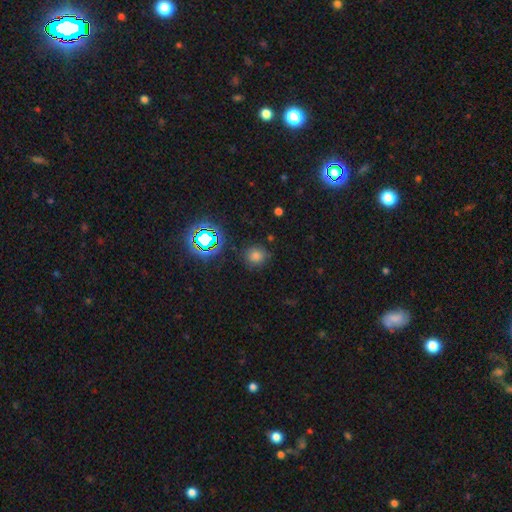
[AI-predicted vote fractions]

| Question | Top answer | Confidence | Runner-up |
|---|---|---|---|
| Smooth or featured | smooth | 70% | star or artifact (23%) |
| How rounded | round | 89% | in between (10%) |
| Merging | none | 82% | minor disturbance (12%) |